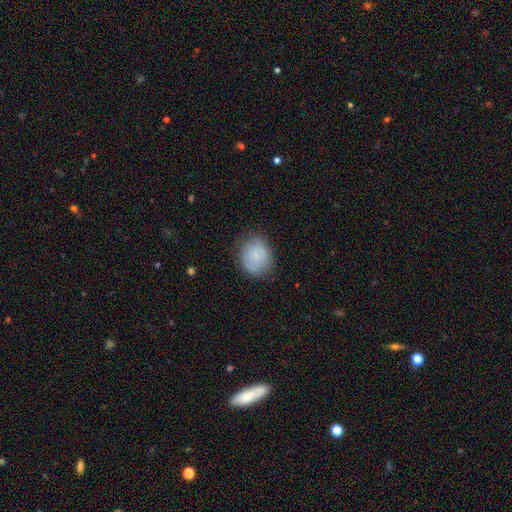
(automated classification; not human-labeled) Smooth or featured? smooth (77%)
How rounded? round (65%)
Merging? none (77%)